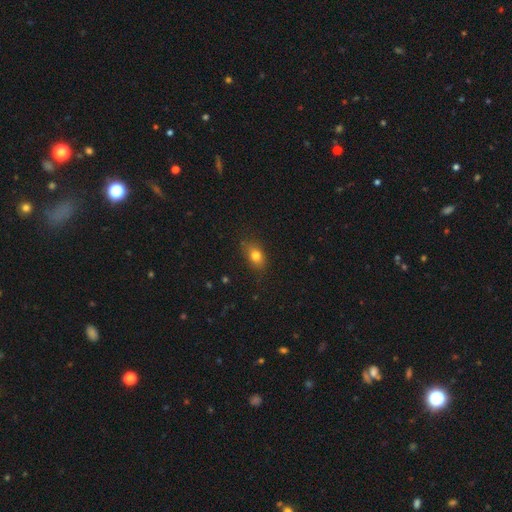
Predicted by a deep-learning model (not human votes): The model was most divided on "how rounded": in between: 72%, round: 25%, cigar-shaped: 3%. More confident: merging — none (79%); smooth or featured — smooth (78%).